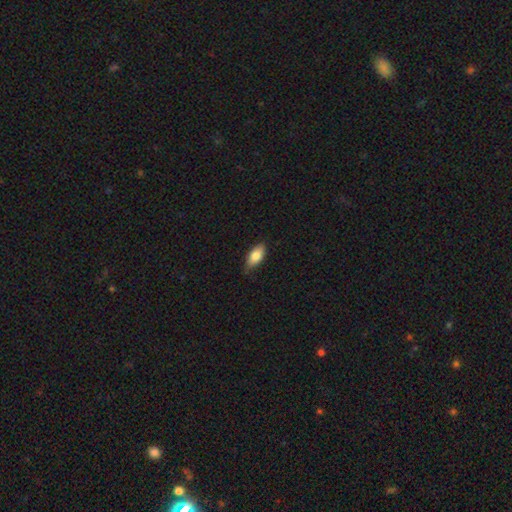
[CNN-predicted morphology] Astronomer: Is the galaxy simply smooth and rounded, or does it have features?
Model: smooth — 82%.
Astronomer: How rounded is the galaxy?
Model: in between — 90%.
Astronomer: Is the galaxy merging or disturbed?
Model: none — 80%.